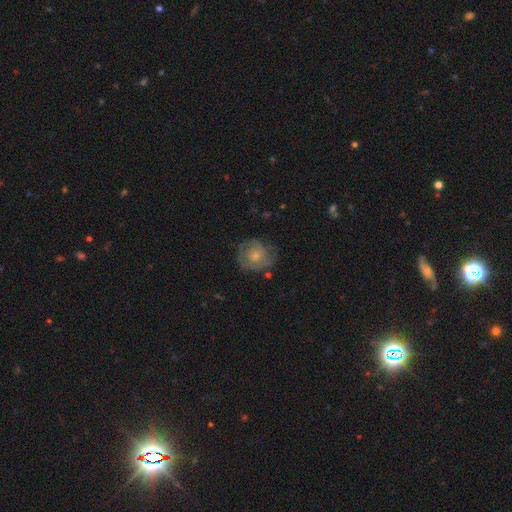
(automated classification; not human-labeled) Overall: smooth (47%; featured or disk 46%). Merging: none (57%; minor disturbance 27%).